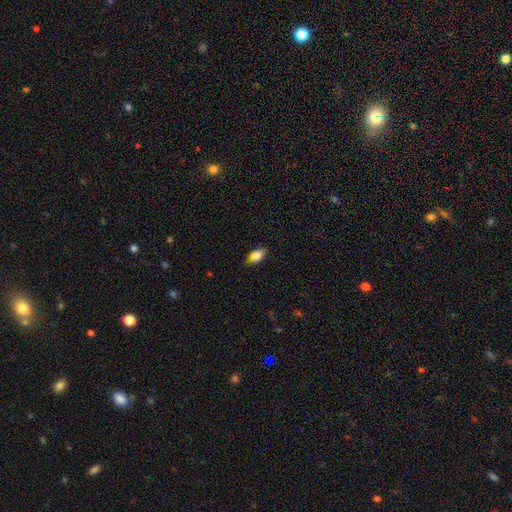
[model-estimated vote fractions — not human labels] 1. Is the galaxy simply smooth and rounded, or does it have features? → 83% smooth, 9% featured or disk, 8% star or artifact.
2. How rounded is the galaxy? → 88% in between, 8% round, 4% cigar-shaped.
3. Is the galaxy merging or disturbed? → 75% none, 20% minor disturbance, 4% major disturbance, 1% merger.